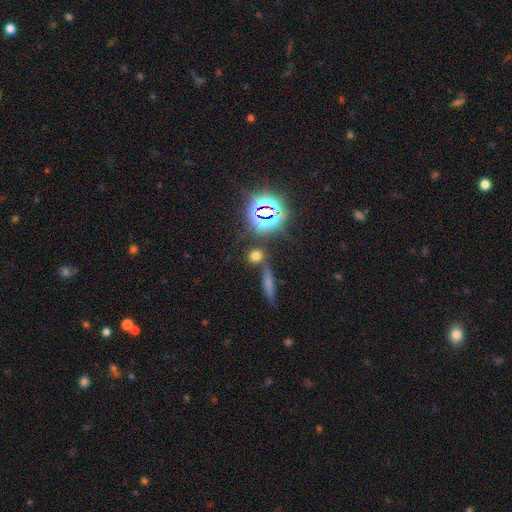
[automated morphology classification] This is possibly a smooth galaxy (60%). How rounded: likely round (73%). Merging: likely none (71%).